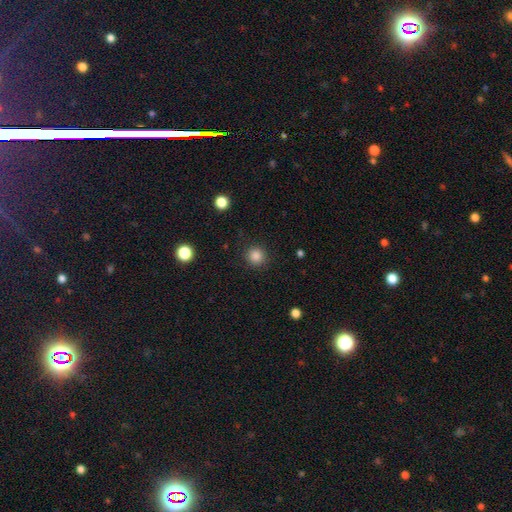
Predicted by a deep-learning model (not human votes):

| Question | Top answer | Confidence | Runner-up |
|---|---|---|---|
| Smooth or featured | smooth | 85% | star or artifact (11%) |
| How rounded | round | 93% | in between (6%) |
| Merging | none | 90% | minor disturbance (7%) |